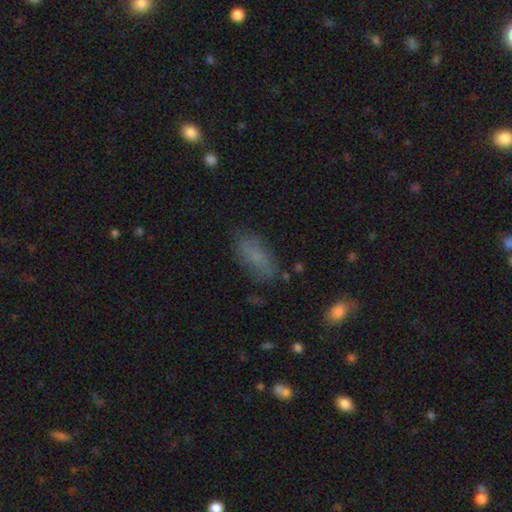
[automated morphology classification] Q: Smooth or featured?
A: smooth (77%); runner-up: featured or disk (12%)
Q: How rounded?
A: in between (79%); runner-up: cigar-shaped (18%)
Q: Merging?
A: none (75%); runner-up: minor disturbance (17%)